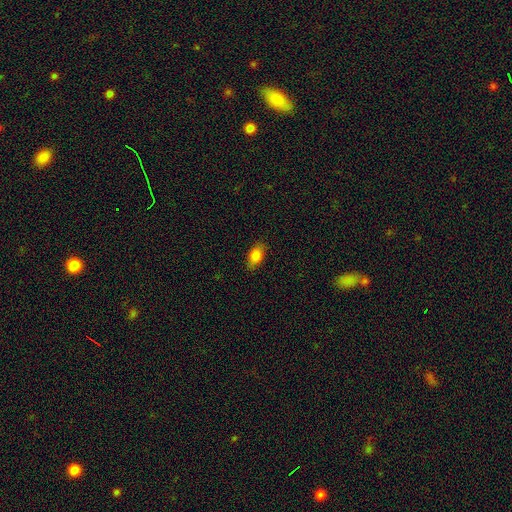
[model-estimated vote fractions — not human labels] Q: Smooth or featured?
A: smooth (83%); runner-up: star or artifact (9%)
Q: How rounded?
A: in between (88%); runner-up: round (9%)
Q: Merging?
A: none (83%); runner-up: minor disturbance (13%)